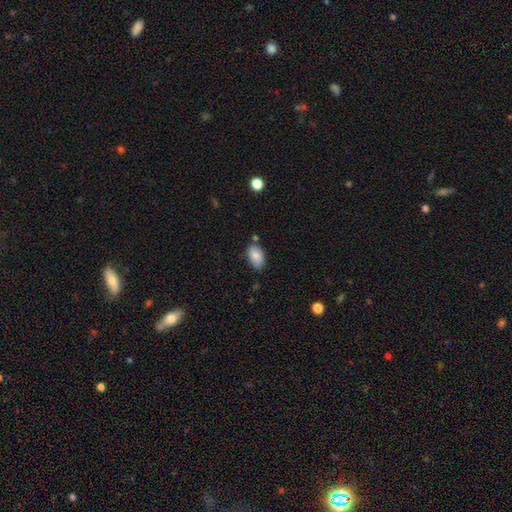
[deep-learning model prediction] Overall: smooth (85%). How rounded: in between (93%). Merging: none (74%).